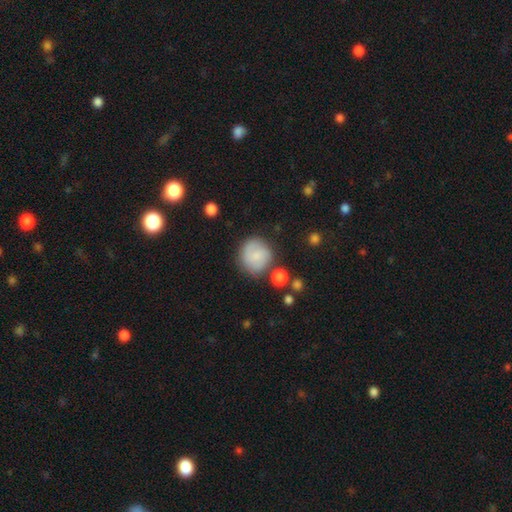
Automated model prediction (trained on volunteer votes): Smooth or featured? smooth (70%)
How rounded? round (88%)
Merging? none (71%)